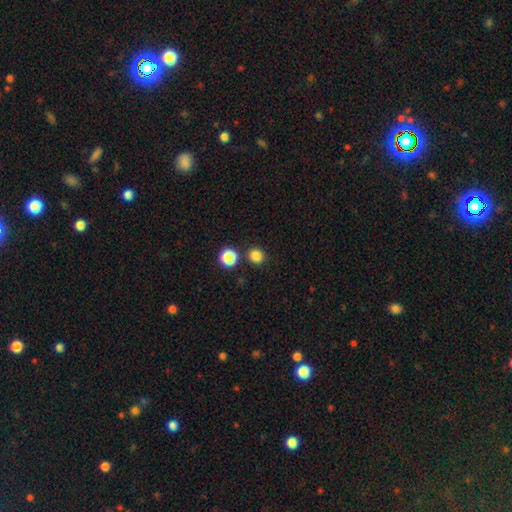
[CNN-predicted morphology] Smooth or featured?
  - smooth: 83% *
  - star or artifact: 14%
  - featured or disk: 4%
How rounded?
  - round: 85% *
  - in between: 14%
  - cigar-shaped: 1%
Merging?
  - none: 84% *
  - merger: 7%
  - minor disturbance: 7%
  - major disturbance: 2%